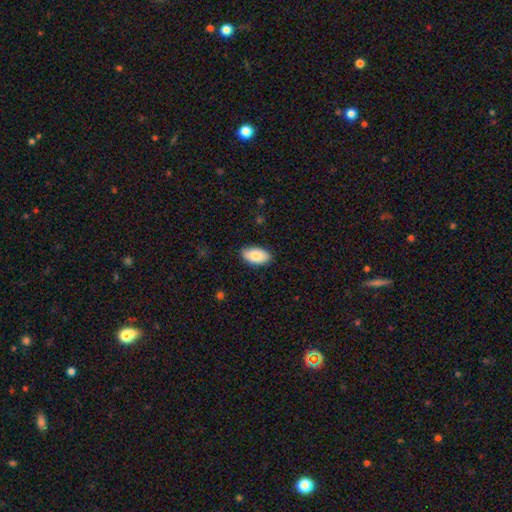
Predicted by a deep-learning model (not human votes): Smooth or featured?
  - smooth: 83% *
  - featured or disk: 10%
  - star or artifact: 6%
How rounded?
  - in between: 95% *
  - round: 3%
  - cigar-shaped: 2%
Merging?
  - none: 85% *
  - minor disturbance: 12%
  - major disturbance: 2%
  - merger: 1%